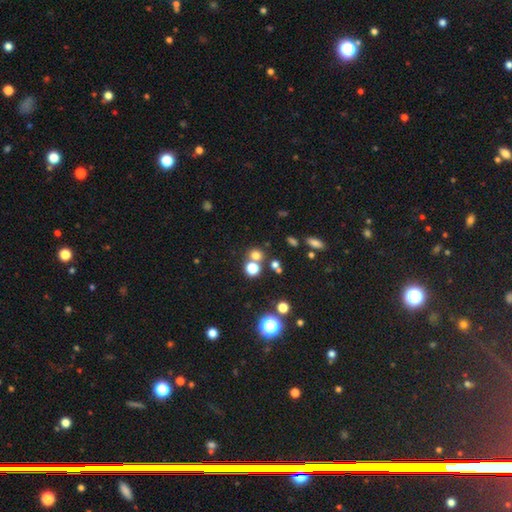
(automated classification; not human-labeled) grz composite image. It shows a smooth galaxy with no disk features (68%) that is round (83%). Merging: none (61%).